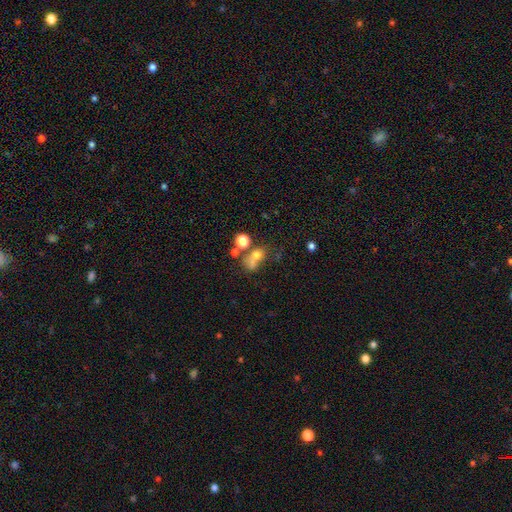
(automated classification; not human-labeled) Smooth or featured? Predicted: smooth (p=0.61). How rounded? Predicted: round (p=0.59). Merging? Predicted: merger (p=0.41).